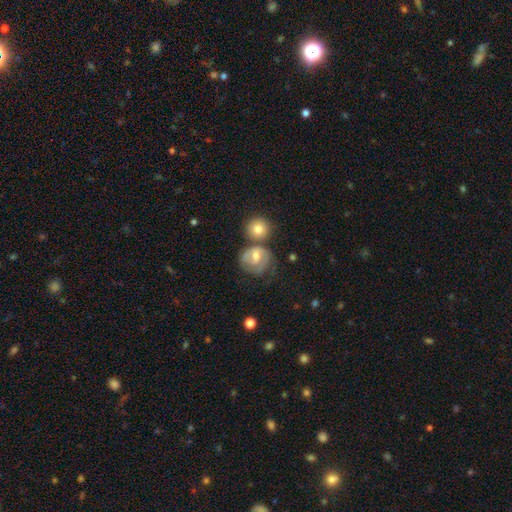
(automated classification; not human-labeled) Smooth or featured? Predicted: featured or disk (p=0.47). Merging? Predicted: none (p=0.40).